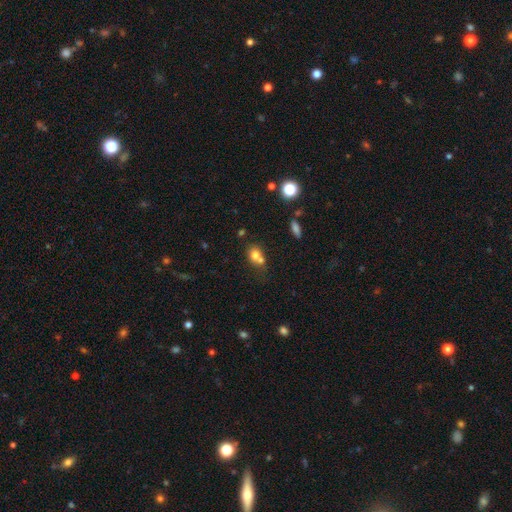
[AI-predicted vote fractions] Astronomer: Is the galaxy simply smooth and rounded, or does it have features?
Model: smooth — 72%.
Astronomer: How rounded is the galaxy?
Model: round — 59% (runner-up: in between, 40%).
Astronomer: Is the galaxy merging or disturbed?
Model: merger — 50% (runner-up: none, 35%).